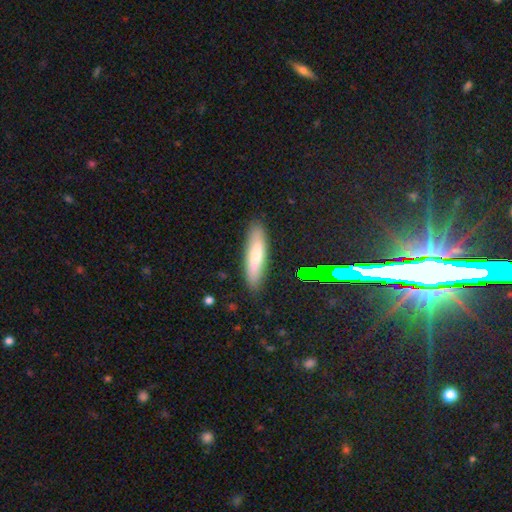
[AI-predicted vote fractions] A smooth galaxy with no disk features (64%) that is cigar-shaped (76%). Merging: none (87%).